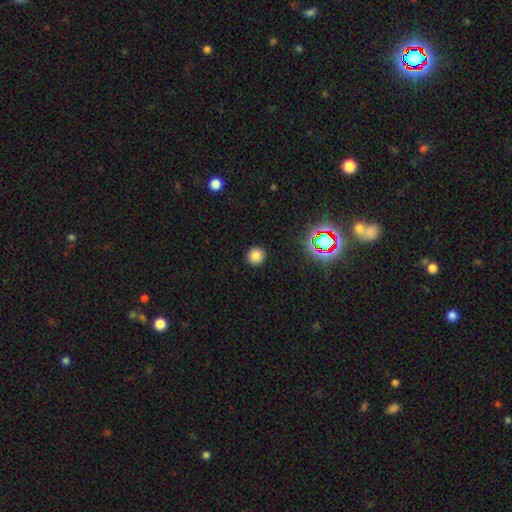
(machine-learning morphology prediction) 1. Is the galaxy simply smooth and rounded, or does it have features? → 79% smooth, 16% star or artifact, 5% featured or disk.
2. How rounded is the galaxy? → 93% round, 6% in between, 1% cigar-shaped.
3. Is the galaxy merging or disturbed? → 91% none, 5% minor disturbance, 2% major disturbance, 1% merger.